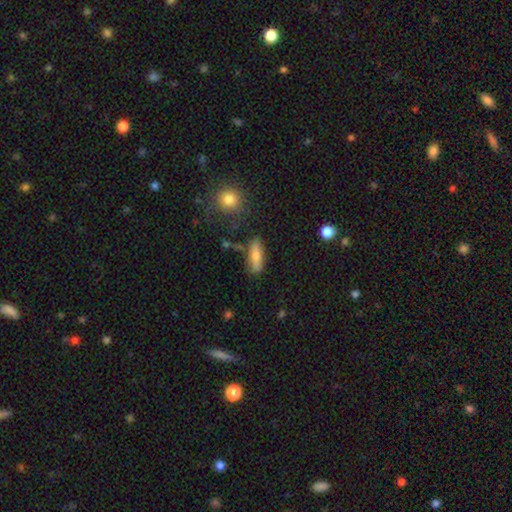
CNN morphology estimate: The model was most divided on "how rounded" (2-way tie): cigar-shaped: 48%, in between: 48%, round: 4%. More confident: merging — none (75%); smooth or featured — smooth (69%).